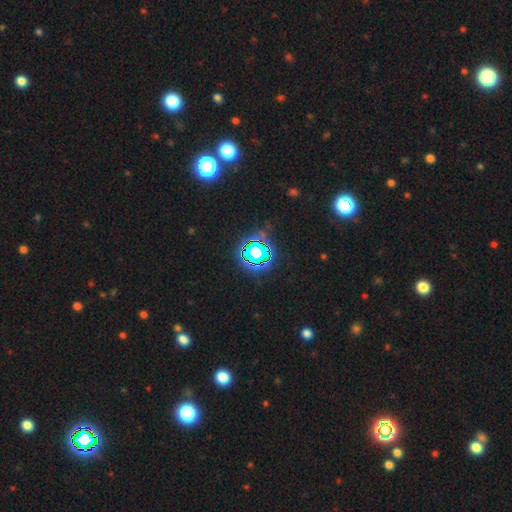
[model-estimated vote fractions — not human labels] smooth_or_featured: star or artifact (p=0.79) [alt: smooth p=0.14]